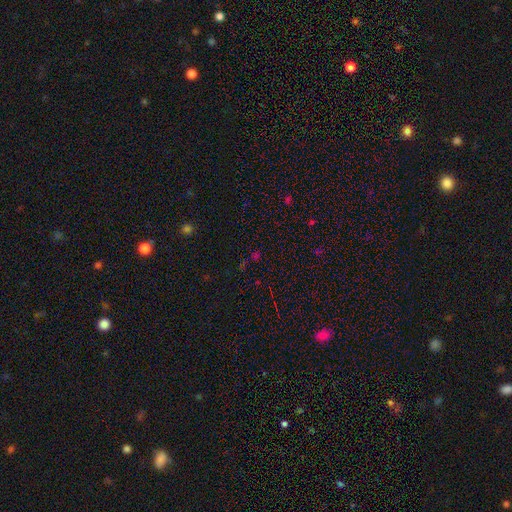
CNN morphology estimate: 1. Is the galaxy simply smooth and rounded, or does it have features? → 63% star or artifact, 29% smooth, 8% featured or disk.